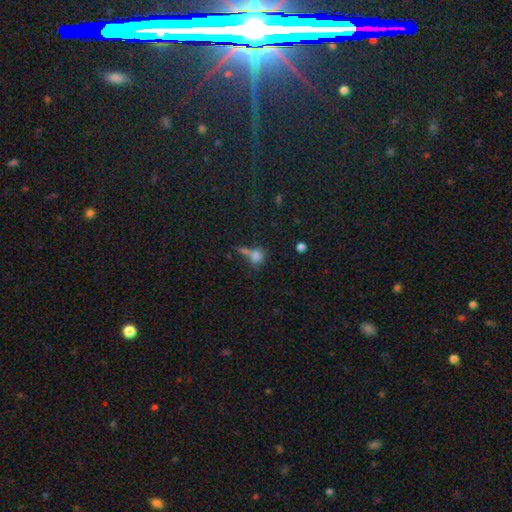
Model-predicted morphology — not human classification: A smooth galaxy with no disk features (76%) that is round (67%).

Vote fractions:
- Smooth or featured? smooth: 76% / star or artifact: 14% / featured or disk: 10%
- How rounded? round: 67% / in between: 29% / cigar-shaped: 4%
- Merging? none: 41% / merger: 36% / minor disturbance: 13% / major disturbance: 10%